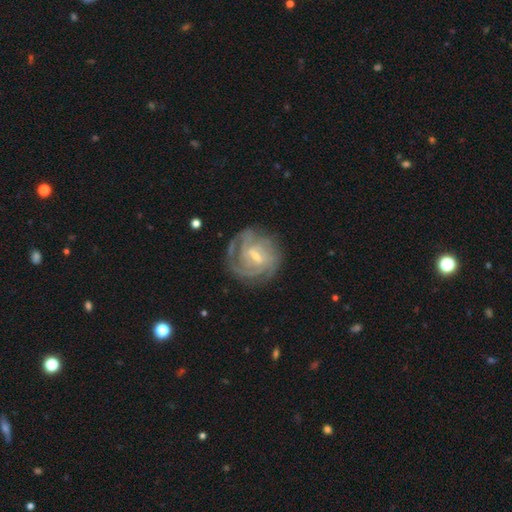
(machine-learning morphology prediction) Overall: featured or disk (84%). Edge-on disk: no (97%). Bar: weak (58%; strong 23%). Spiral arms: yes (94%). Spiral arm count: can't tell (35%; 3 22%). Spiral winding: tight (69%). Bulge size: small (58%; moderate 36%). Merging: none (72%).